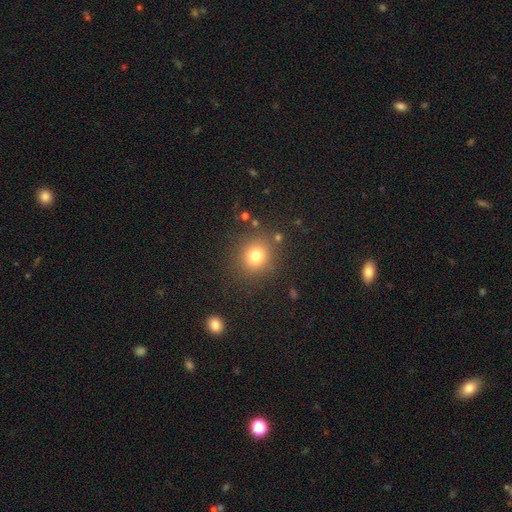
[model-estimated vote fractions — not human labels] smooth_or_featured: smooth (p=0.78) [alt: star or artifact p=0.14]
how_rounded: round (p=0.81) [alt: in between p=0.18]
merging: none (p=0.83) [alt: minor disturbance p=0.09]